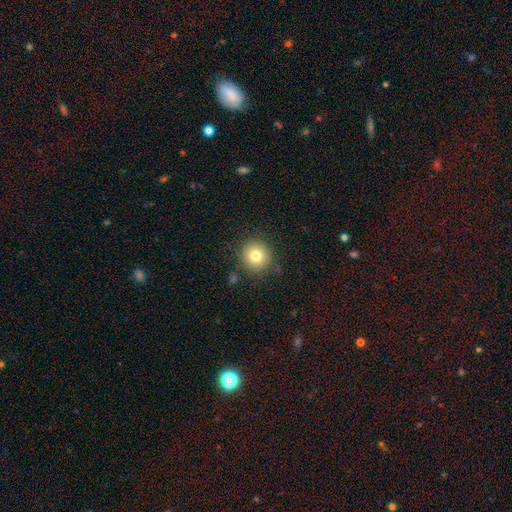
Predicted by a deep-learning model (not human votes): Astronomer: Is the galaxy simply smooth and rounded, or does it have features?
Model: smooth — 79%.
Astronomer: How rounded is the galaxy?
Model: round — 94%.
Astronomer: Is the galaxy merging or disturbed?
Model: none — 84%.